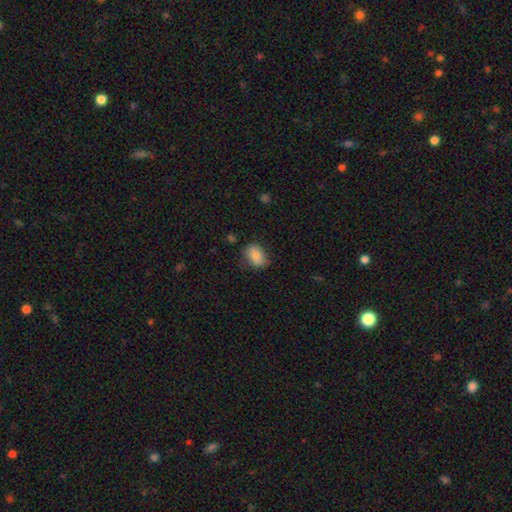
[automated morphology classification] smooth-or-featured: smooth: 84% | star or artifact: 8% | featured or disk: 8%
  how-rounded: in between: 78% | round: 21% | cigar-shaped: 2%
  merging: none: 70% | minor disturbance: 23% | major disturbance: 6% | merger: 2%